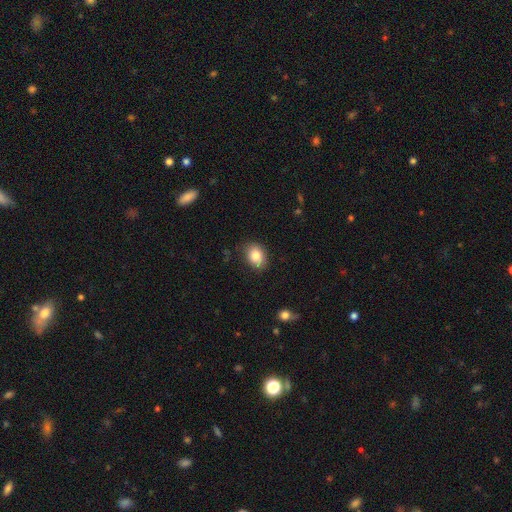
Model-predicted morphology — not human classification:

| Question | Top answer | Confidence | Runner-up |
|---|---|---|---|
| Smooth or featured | smooth | 84% | star or artifact (8%) |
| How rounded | in between | 68% | round (31%) |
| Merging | none | 81% | minor disturbance (15%) |